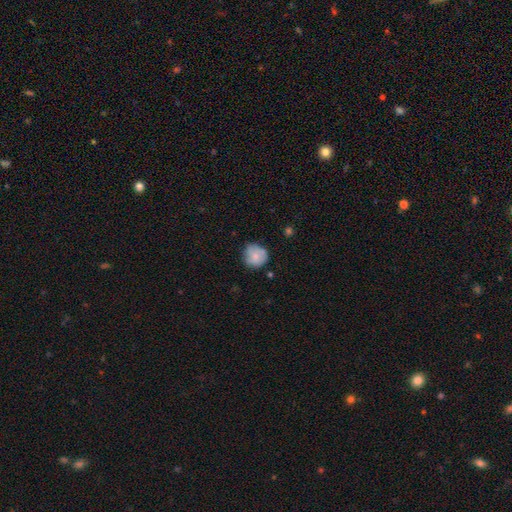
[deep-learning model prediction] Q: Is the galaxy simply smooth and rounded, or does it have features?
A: smooth — 74%.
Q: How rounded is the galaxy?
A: round — 87%.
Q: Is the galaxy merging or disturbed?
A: none — 68%.